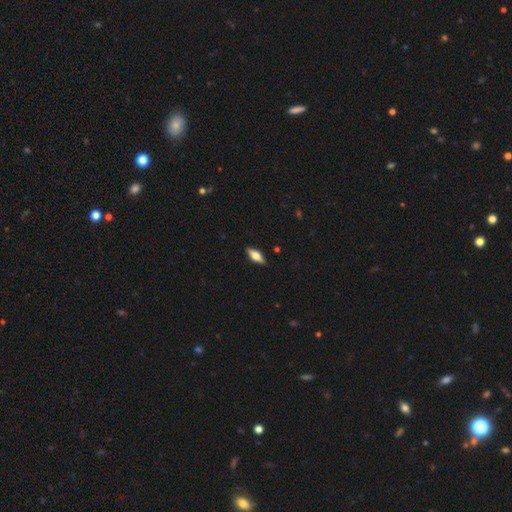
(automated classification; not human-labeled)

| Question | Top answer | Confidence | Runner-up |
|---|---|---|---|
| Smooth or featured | smooth | 52% | featured or disk (41%) |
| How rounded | in between | 66% | cigar-shaped (31%) |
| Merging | none | 89% | minor disturbance (8%) |